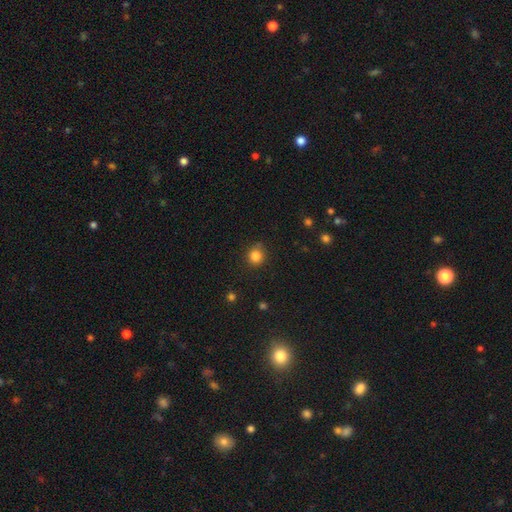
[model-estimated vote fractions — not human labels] Smooth or featured? smooth (84%)
How rounded? round (89%)
Merging? none (83%)